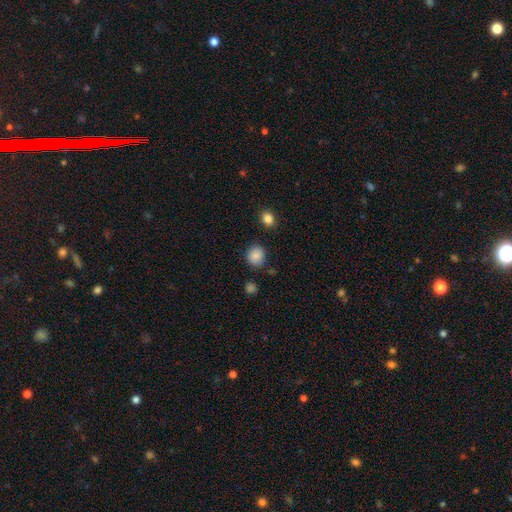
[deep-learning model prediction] smooth 87%, star or artifact 9%, featured or disk 4%. Down the decision tree: how rounded — round (79%); merging — none (84%).